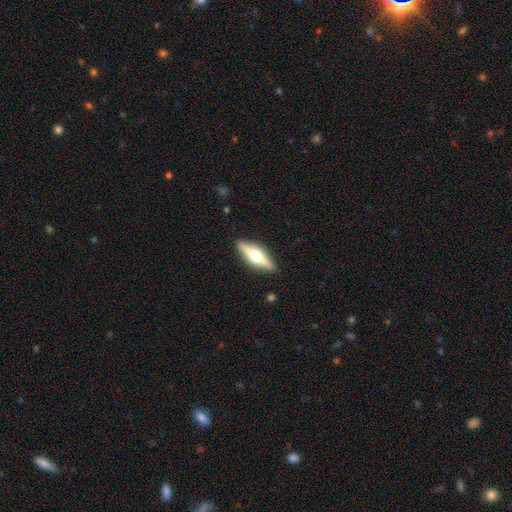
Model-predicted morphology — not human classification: This appears to be a featured or disk galaxy (61%) viewed edge-on (94%) with a rounded central bulge (94%). Merging: none (89%).